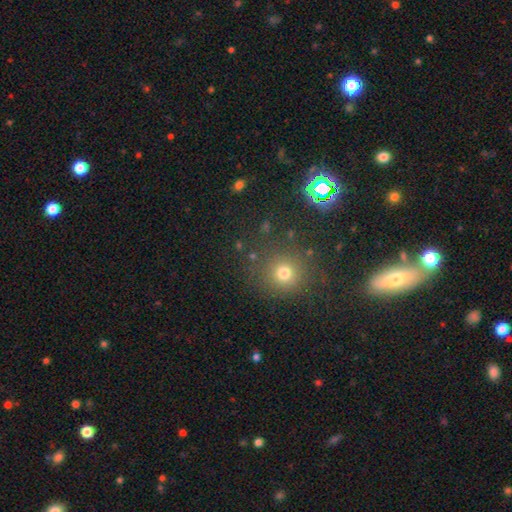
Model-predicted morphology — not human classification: A smooth galaxy with no disk features (56%) that is round (88%). Merging: none (80%).